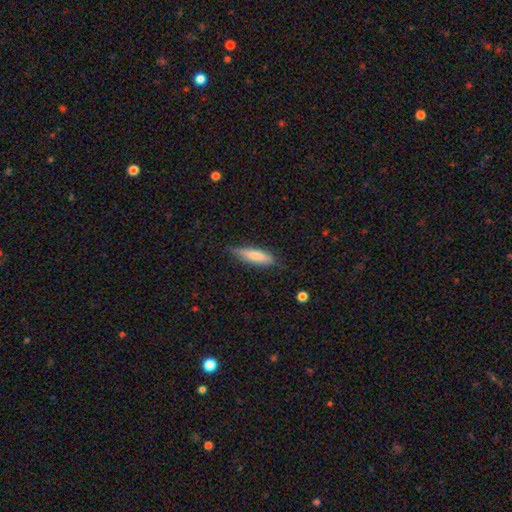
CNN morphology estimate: Smooth or featured?
  - smooth: 71% *
  - featured or disk: 23%
  - star or artifact: 6%
How rounded?
  - cigar-shaped: 63% *
  - in between: 35%
  - round: 2%
Merging?
  - none: 69% *
  - minor disturbance: 25%
  - major disturbance: 5%
  - merger: 2%